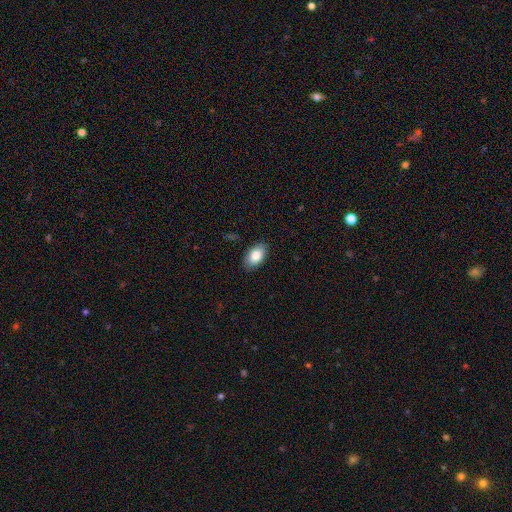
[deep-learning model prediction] The model was most divided on "smooth or featured": smooth: 84%, featured or disk: 9%, star or artifact: 7%. More confident: how rounded — in between (93%); merging — none (86%).